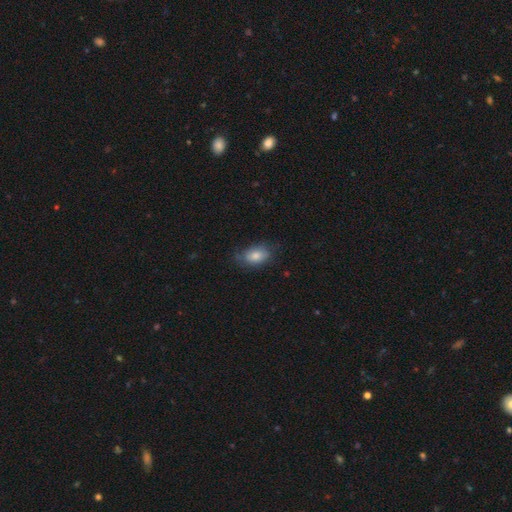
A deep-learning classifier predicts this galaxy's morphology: This is likely a smooth galaxy (79%). How rounded: clearly in between (87%). Merging: likely none (66%).